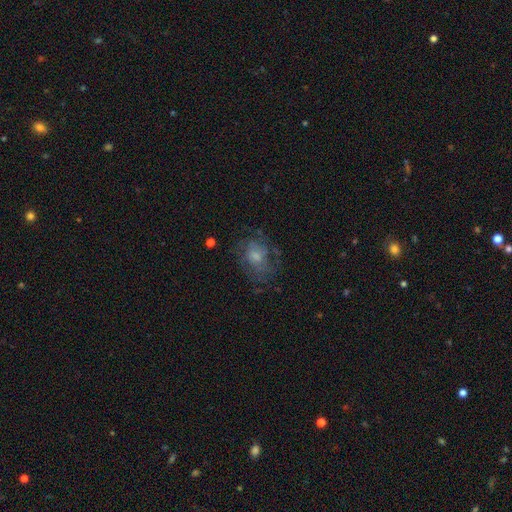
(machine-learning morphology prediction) A featured or disk galaxy (49%). Merging: none (65%).